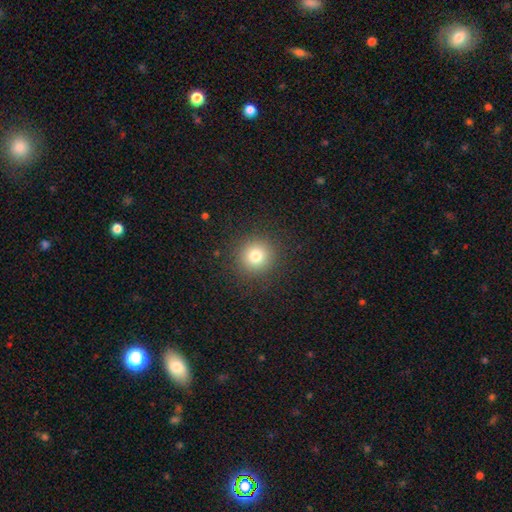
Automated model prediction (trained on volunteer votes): This appears to be a smooth galaxy with no disk features (79%) that is round (93%). Merging: none (90%).